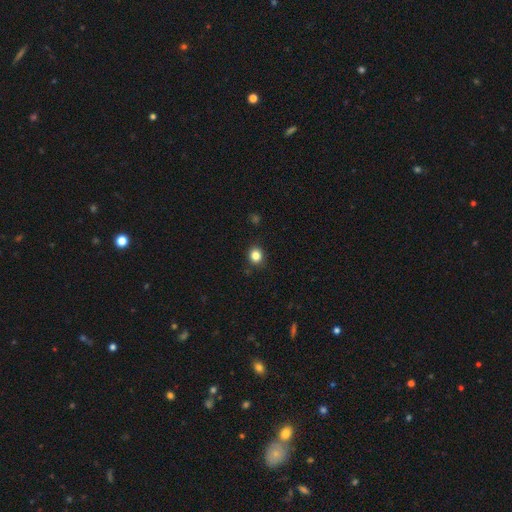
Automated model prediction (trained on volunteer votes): Smooth or featured: smooth — 83% (star or artifact — 12%)
How rounded: round — 81% (in between — 18%)
Merging: none — 89% (minor disturbance — 8%)